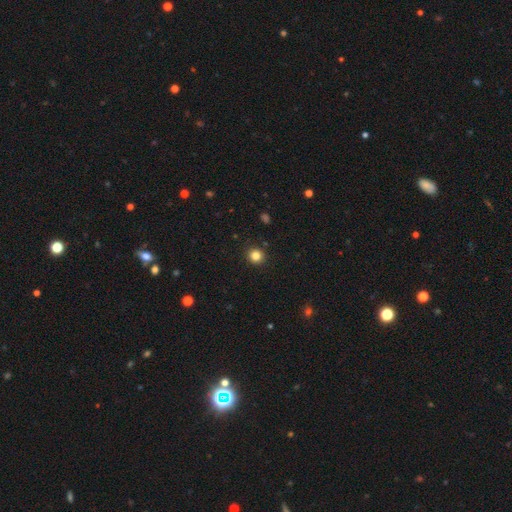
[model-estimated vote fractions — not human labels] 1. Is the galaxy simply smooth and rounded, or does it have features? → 83% smooth, 12% star or artifact, 5% featured or disk.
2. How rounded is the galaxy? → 91% round, 8% in between, 1% cigar-shaped.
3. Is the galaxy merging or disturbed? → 92% none, 5% minor disturbance, 2% major disturbance, 1% merger.